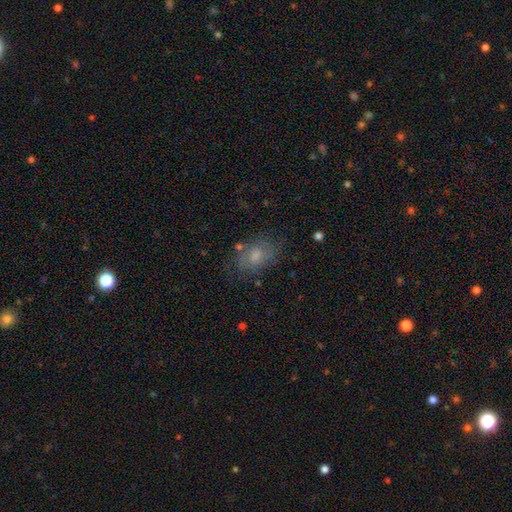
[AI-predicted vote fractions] This is likely a smooth galaxy (61%). How rounded: likely in between (80%). Merging: likely none (67%).